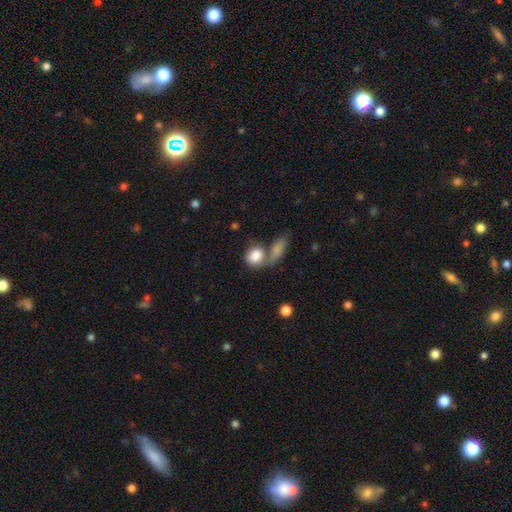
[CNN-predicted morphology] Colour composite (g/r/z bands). It shows a smooth galaxy with no disk features (82%) that is round (52%). Merging: merger (49%).